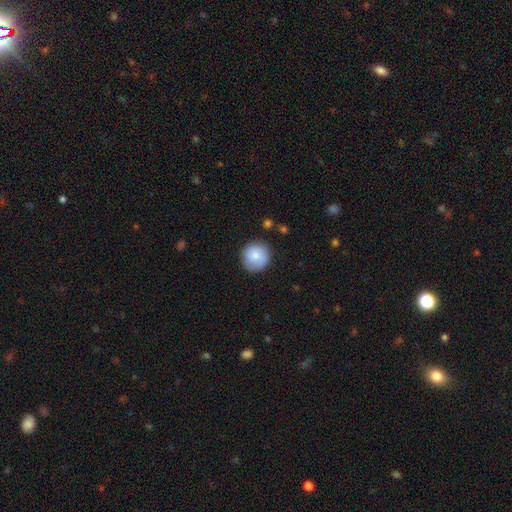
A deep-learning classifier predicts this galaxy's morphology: smooth-or-featured: smooth: 82% | featured or disk: 11% | star or artifact: 7%
  how-rounded: round: 94% | in between: 5% | cigar-shaped: 1%
  merging: none: 85% | minor disturbance: 11% | major disturbance: 3% | merger: 2%